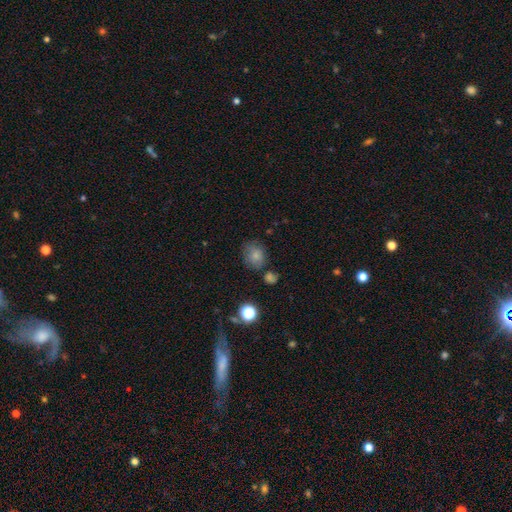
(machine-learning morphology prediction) The model was most divided on "how rounded": round: 64%, in between: 35%, cigar-shaped: 1%. More confident: smooth or featured — smooth (77%); merging — none (64%).